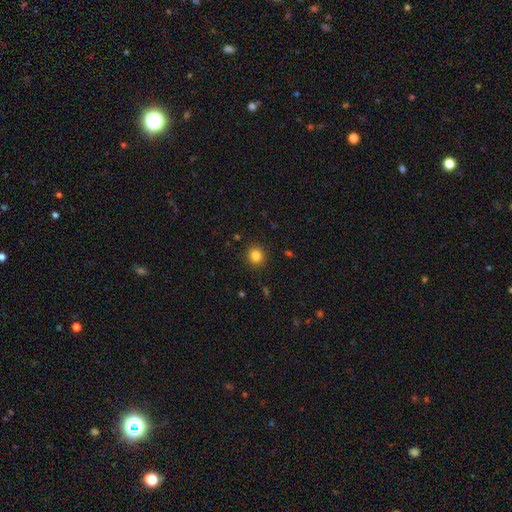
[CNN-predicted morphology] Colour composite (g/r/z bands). It shows a smooth galaxy with no disk features (84%) that is round (91%). Merging: none (91%).